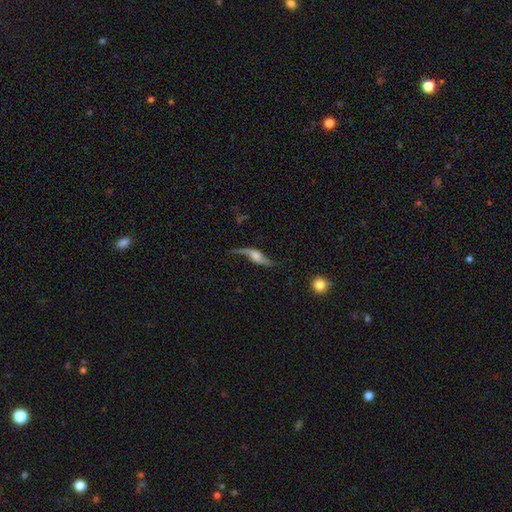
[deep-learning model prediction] Smooth or featured?
  - featured or disk: 81% *
  - smooth: 12%
  - star or artifact: 7%
Edge-on disk?
  - no: 76% *
  - yes: 24%
Bar?
  - no: 56% *
  - weak: 31%
  - strong: 14%
Spiral arms?
  - yes: 93% *
  - no: 7%
Spiral winding?
  - loose: 93% *
  - medium: 5%
  - tight: 2%
Spiral arm count?
  - 2: 91% *
  - 1: 5%
  - can't tell: 2%
  - 3: 1%
  - 4: 1%
  - more than 4: 1%
Bulge size?
  - moderate: 35% *
  - small: 26%
  - large: 18%
  - none: 16%
  - dominant: 5%
Merging?
  - none: 61% *
  - minor disturbance: 20%
  - major disturbance: 15%
  - merger: 4%